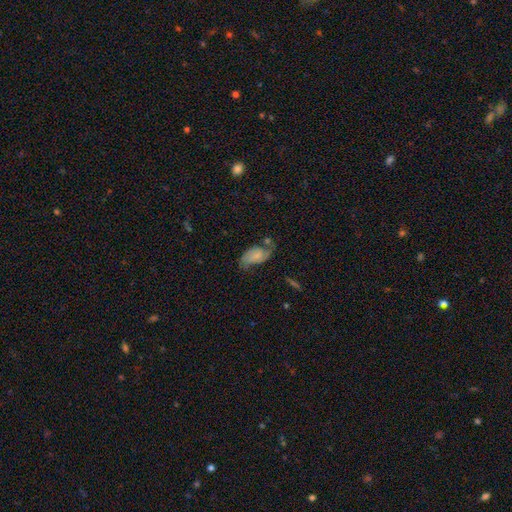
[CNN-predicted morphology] Smooth or featured? Predicted: smooth (p=0.50). Merging? Predicted: none (p=0.39).